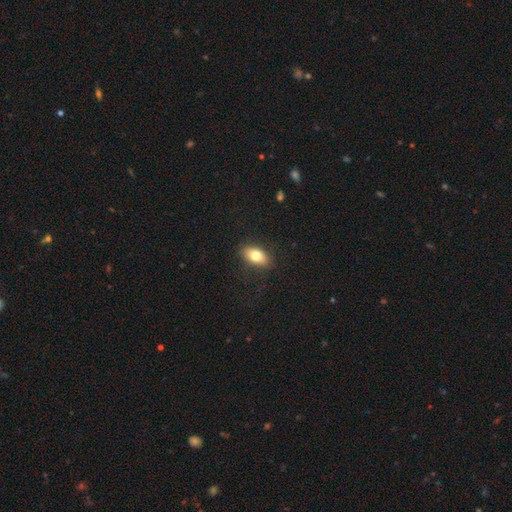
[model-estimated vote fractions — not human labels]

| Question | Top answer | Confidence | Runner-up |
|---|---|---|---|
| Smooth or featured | smooth | 78% | featured or disk (15%) |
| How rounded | in between | 88% | round (7%) |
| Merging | none | 87% | minor disturbance (9%) |